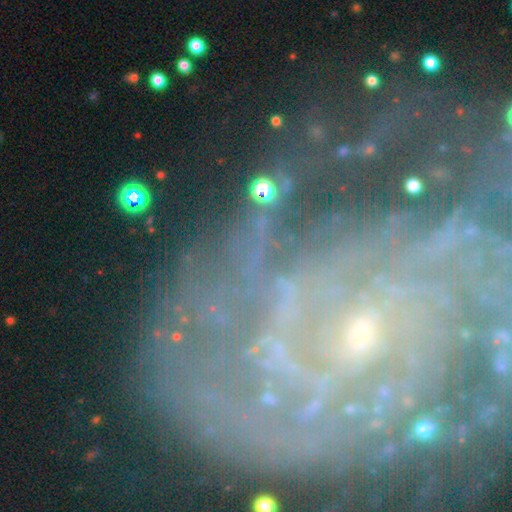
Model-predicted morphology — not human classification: Smooth or featured? Predicted: featured or disk (p=0.82). Edge-on disk? Predicted: no (p=0.97). Bar? Predicted: no (p=0.57). Spiral arms? Predicted: yes (p=0.95). Spiral winding? Predicted: tight (p=0.64). Spiral arm count? Predicted: can't tell (p=0.24). Bulge size? Predicted: small (p=0.75). Merging? Predicted: none (p=0.63).